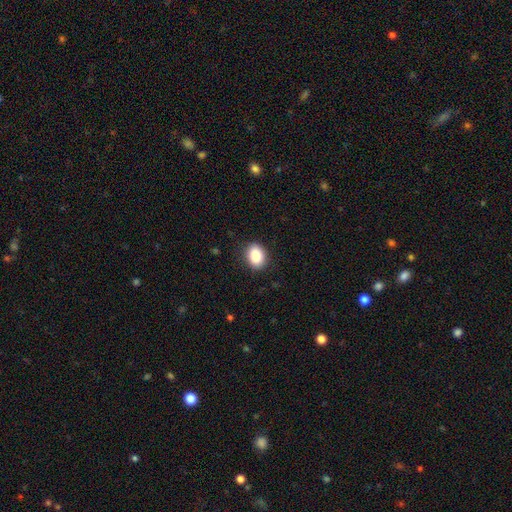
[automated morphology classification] Smooth or featured: smooth — 87% (star or artifact — 8%)
How rounded: in between — 70% (round — 29%)
Merging: none — 88% (minor disturbance — 9%)